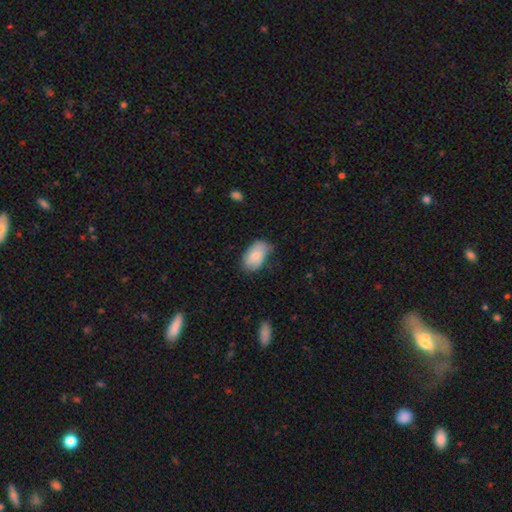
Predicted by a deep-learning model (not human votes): smooth 77%, featured or disk 16%, star or artifact 6%. Down the decision tree: how rounded — in between (93%); merging — none (53%).